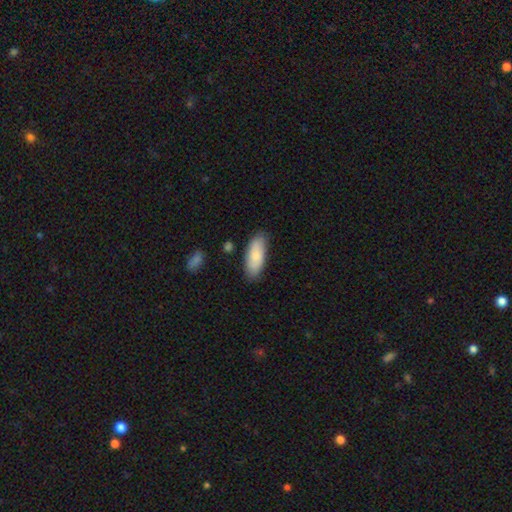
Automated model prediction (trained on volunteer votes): Smooth or featured: smooth — 84% (featured or disk — 11%)
How rounded: in between — 78% (cigar-shaped — 20%)
Merging: none — 82% (minor disturbance — 13%)